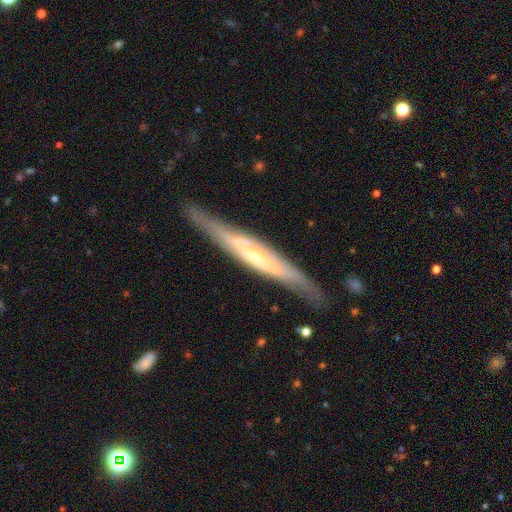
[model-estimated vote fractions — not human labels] Overall: featured or disk (75%). Edge-on disk: yes (82%). Edge-on bulge: rounded (58%; none 33%). Merging: none (78%).